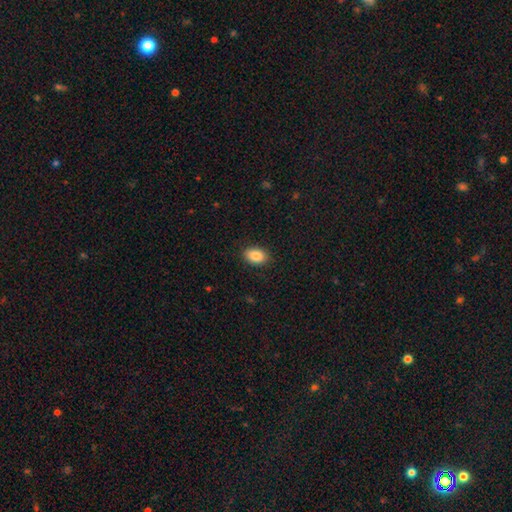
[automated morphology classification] Q: Smooth or featured?
A: smooth (87%); runner-up: star or artifact (8%)
Q: How rounded?
A: in between (86%); runner-up: round (13%)
Q: Merging?
A: none (88%); runner-up: minor disturbance (9%)